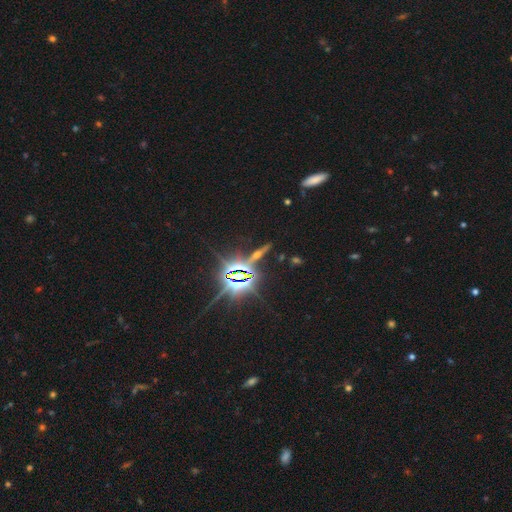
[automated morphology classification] This appears to be a star or artifact, not a galaxy (79%).